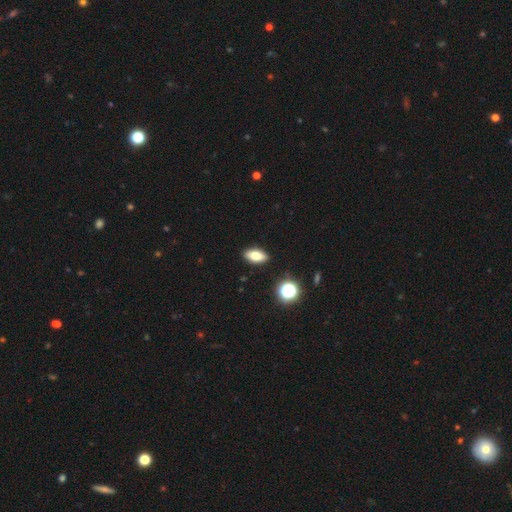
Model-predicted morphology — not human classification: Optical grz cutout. It shows a smooth galaxy with no disk features (77%) that is in between round and cigar-shaped (87%). Merging: none (89%).